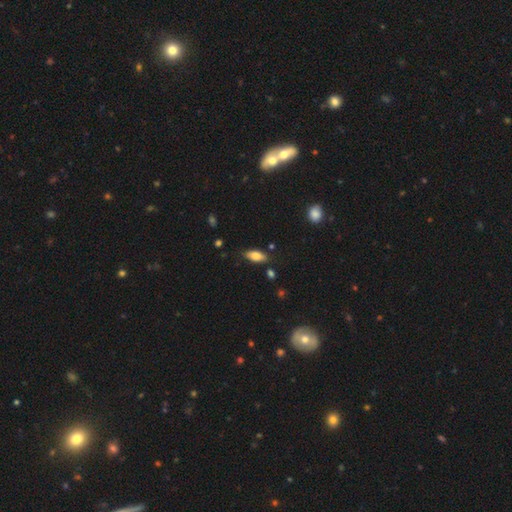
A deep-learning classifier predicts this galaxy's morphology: Smooth or featured? smooth (80%)
How rounded? in between (85%)
Merging? none (79%)